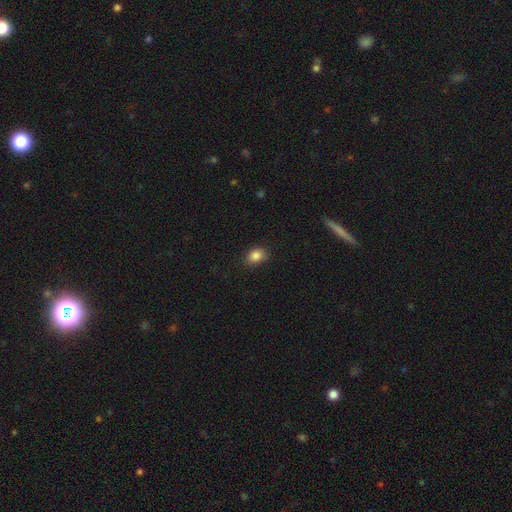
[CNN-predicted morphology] Q: Smooth or featured?
A: smooth (85%); runner-up: star or artifact (10%)
Q: How rounded?
A: in between (61%); runner-up: round (38%)
Q: Merging?
A: none (84%); runner-up: minor disturbance (13%)